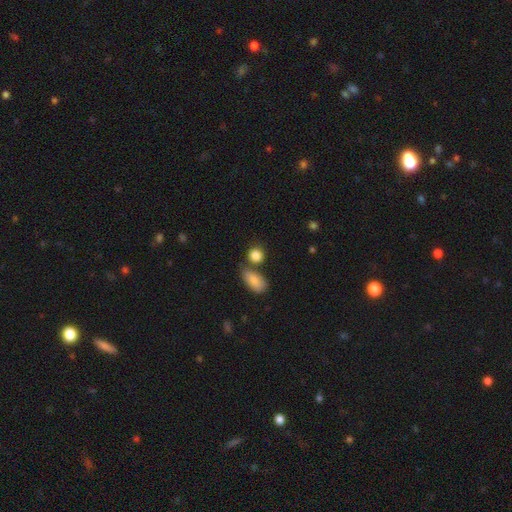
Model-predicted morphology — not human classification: smooth_or_featured: smooth (p=0.86) [alt: star or artifact p=0.08]
how_rounded: round (p=0.71) [alt: in between p=0.27]
merging: none (p=0.64) [alt: merger p=0.21]